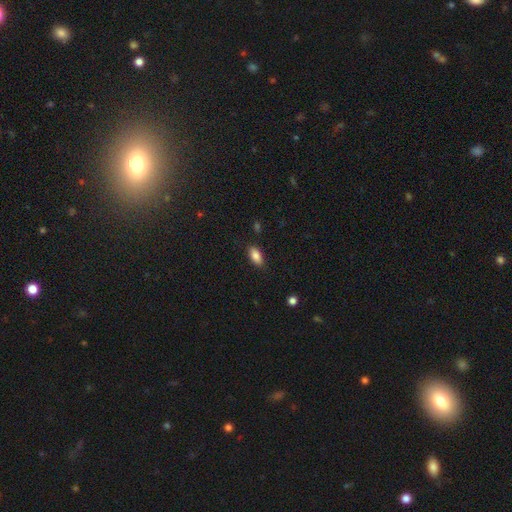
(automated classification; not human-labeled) Q: Smooth or featured?
A: smooth (86%); runner-up: star or artifact (8%)
Q: How rounded?
A: in between (90%); runner-up: cigar-shaped (7%)
Q: Merging?
A: none (86%); runner-up: minor disturbance (11%)